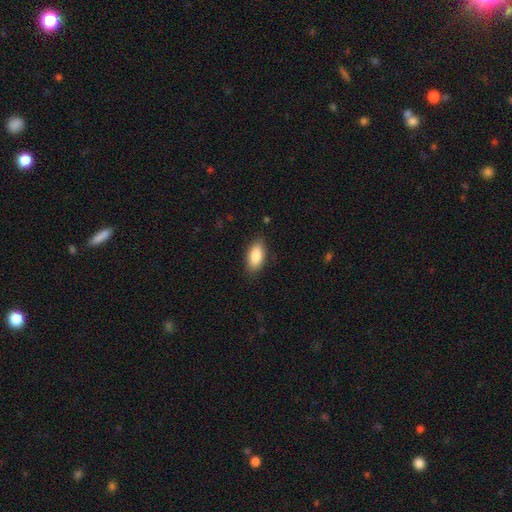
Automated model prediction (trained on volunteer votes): This is clearly a smooth galaxy (87%). How rounded: clearly in between (90%). Merging: clearly none (85%).